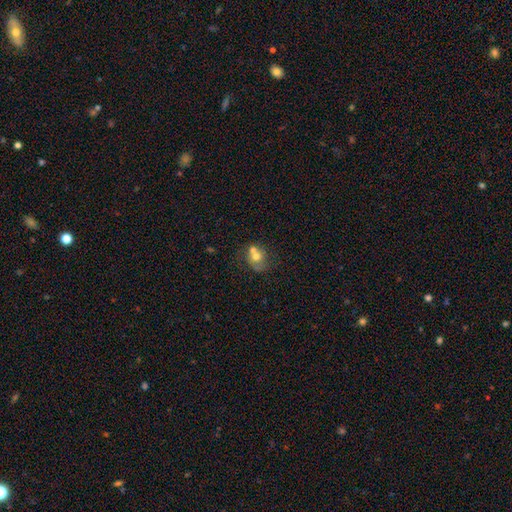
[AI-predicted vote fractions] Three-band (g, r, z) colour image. It shows a smooth galaxy with no disk features (64%) that is round (66%). Merging: merger (51%).